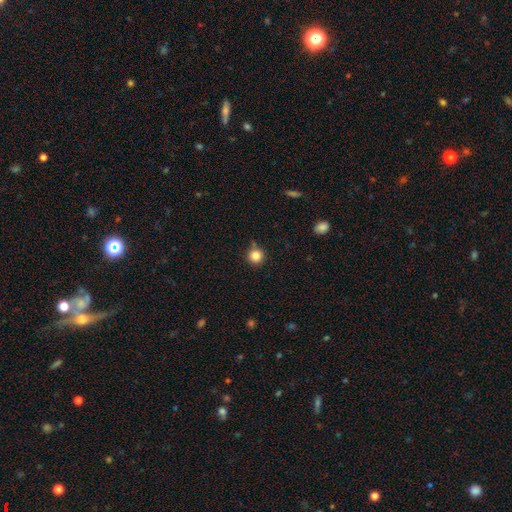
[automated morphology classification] Smooth or featured?
  - smooth: 84% *
  - star or artifact: 11%
  - featured or disk: 5%
How rounded?
  - round: 95% *
  - in between: 4%
  - cigar-shaped: 1%
Merging?
  - none: 80% *
  - minor disturbance: 13%
  - merger: 5%
  - major disturbance: 3%